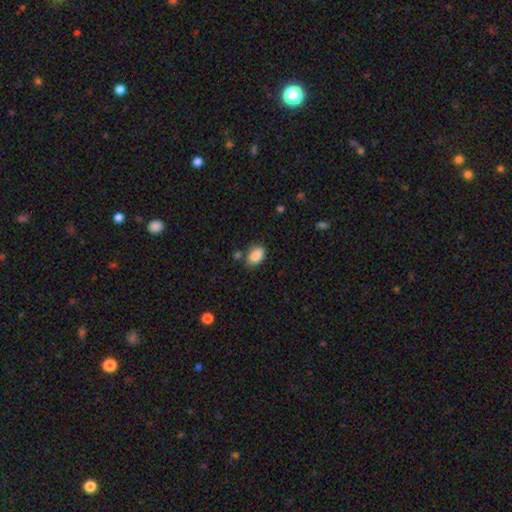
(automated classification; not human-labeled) A smooth galaxy with no disk features (86%) that is in between round and cigar-shaped (86%). Merging: none (73%).